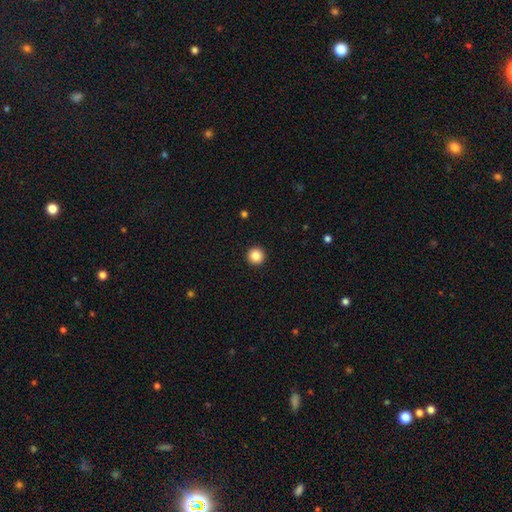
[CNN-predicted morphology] This is clearly a smooth galaxy (86%). How rounded: clearly round (97%). Merging: clearly none (94%).